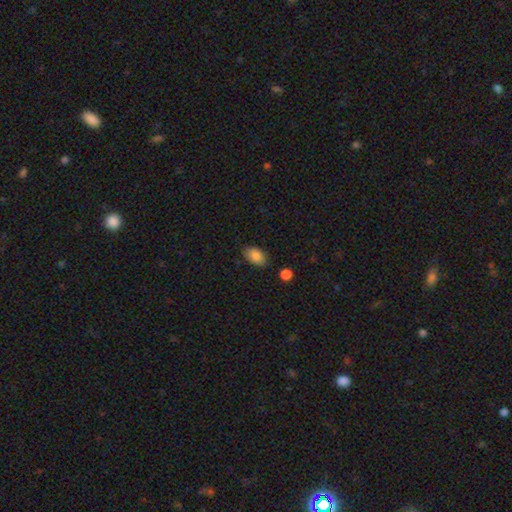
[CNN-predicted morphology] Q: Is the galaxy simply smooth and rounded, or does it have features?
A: smooth — 85%.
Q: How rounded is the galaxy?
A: in between — 91%.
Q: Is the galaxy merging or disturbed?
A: none — 82%.